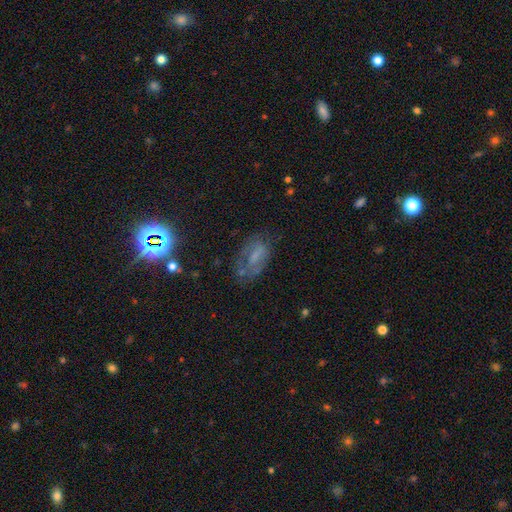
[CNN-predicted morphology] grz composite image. It shows a featured or disk galaxy (42%). Merging: none (53%).